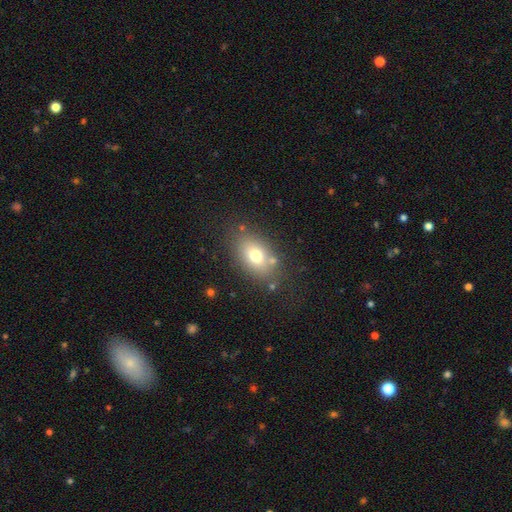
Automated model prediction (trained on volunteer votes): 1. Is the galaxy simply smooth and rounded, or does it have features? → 72% smooth, 17% featured or disk, 11% star or artifact.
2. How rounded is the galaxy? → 81% in between, 17% round, 2% cigar-shaped.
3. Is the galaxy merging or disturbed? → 76% none, 13% minor disturbance, 6% merger, 5% major disturbance.